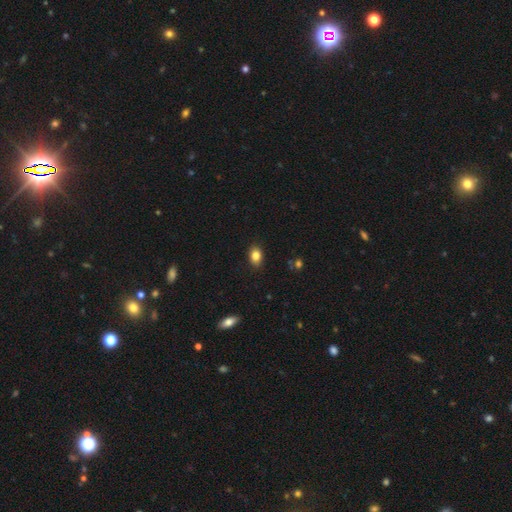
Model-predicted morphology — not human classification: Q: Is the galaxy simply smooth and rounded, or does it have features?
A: smooth — 84%.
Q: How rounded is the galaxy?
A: in between — 76%.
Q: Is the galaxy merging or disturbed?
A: none — 87%.